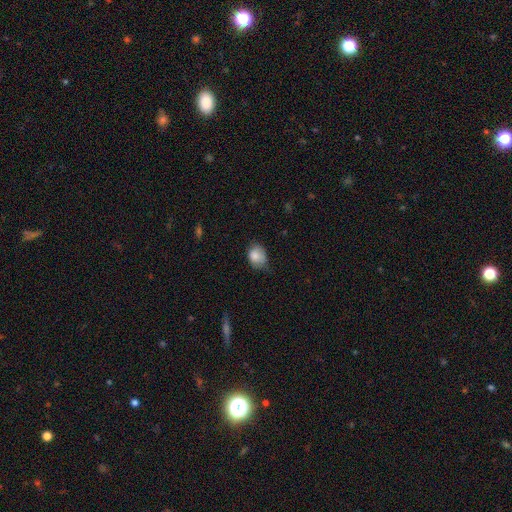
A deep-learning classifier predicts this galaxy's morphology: Smooth or featured? Predicted: smooth (p=0.83). How rounded? Predicted: in between (p=0.54). Merging? Predicted: none (p=0.53).